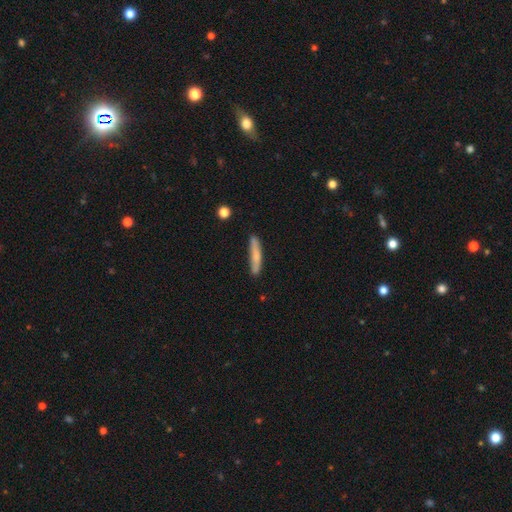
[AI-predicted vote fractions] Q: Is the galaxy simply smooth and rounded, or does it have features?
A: smooth — 72%.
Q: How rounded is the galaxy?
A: cigar-shaped — 91%.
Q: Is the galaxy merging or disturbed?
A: none — 82%.